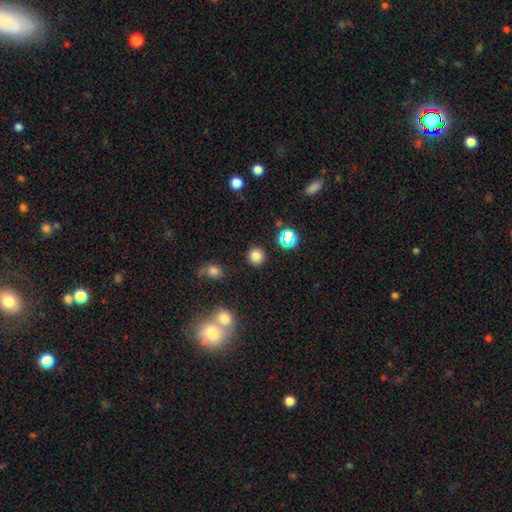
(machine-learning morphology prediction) smooth-or-featured: smooth: 80% | star or artifact: 15% | featured or disk: 5%
  how-rounded: round: 93% | in between: 6% | cigar-shaped: 1%
  merging: none: 90% | minor disturbance: 6% | major disturbance: 2% | merger: 2%